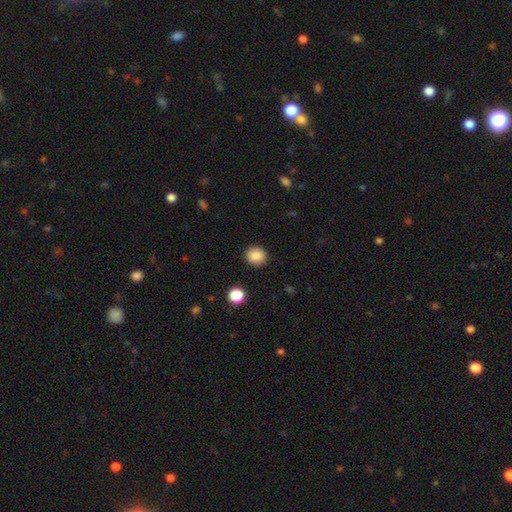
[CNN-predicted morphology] Smooth or featured? Predicted: smooth (p=0.87). How rounded? Predicted: round (p=0.84). Merging? Predicted: none (p=0.91).